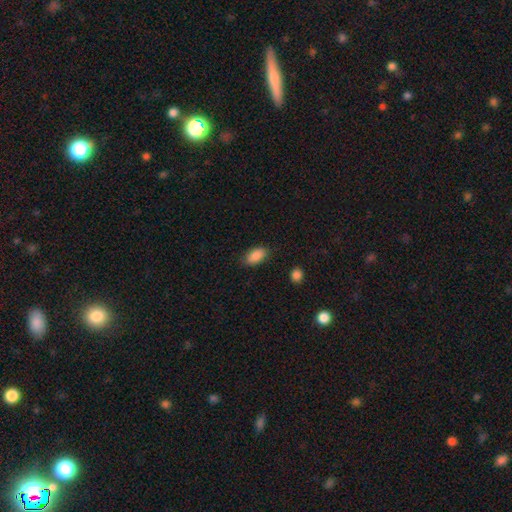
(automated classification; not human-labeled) A smooth galaxy with no disk features (88%) that is in between round and cigar-shaped (92%). Merging: none (83%).